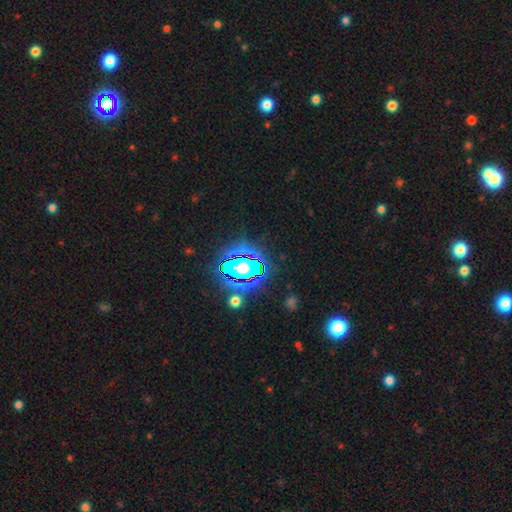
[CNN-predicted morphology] type=star or artifact (83%).